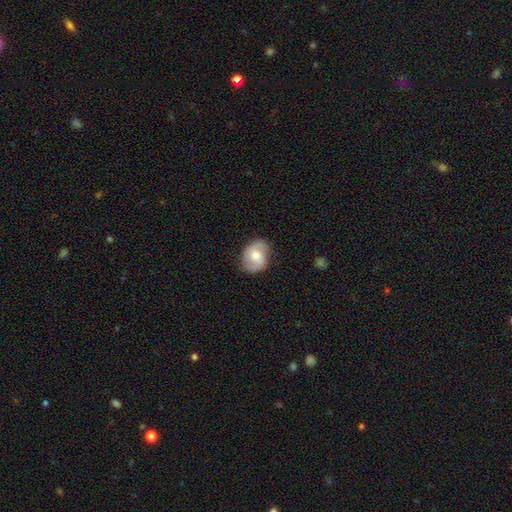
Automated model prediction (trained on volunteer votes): A featured or disk galaxy (60%) with no bar (57%), spiral arms (85%) and a moderate central bulge (68%). Merging: none (75%).